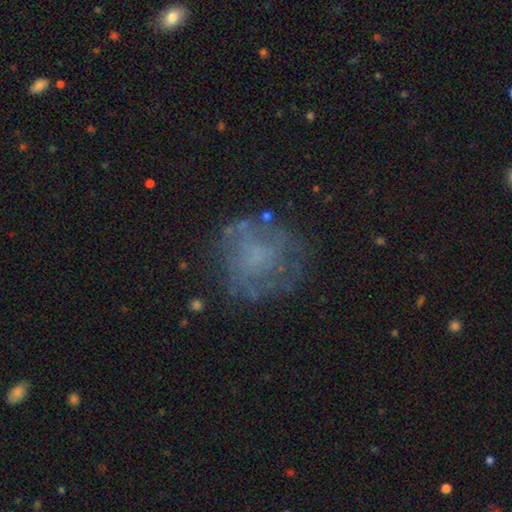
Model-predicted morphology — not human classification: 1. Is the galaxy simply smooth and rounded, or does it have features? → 52% featured or disk, 33% smooth, 14% star or artifact.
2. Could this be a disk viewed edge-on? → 98% no, 2% yes.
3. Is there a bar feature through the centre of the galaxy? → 84% no, 13% weak, 3% strong.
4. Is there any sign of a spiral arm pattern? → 65% no, 35% yes.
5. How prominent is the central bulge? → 58% none, 21% small, 16% moderate, 4% large, 1% dominant.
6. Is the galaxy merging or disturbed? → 67% none, 17% minor disturbance, 14% major disturbance, 2% merger.